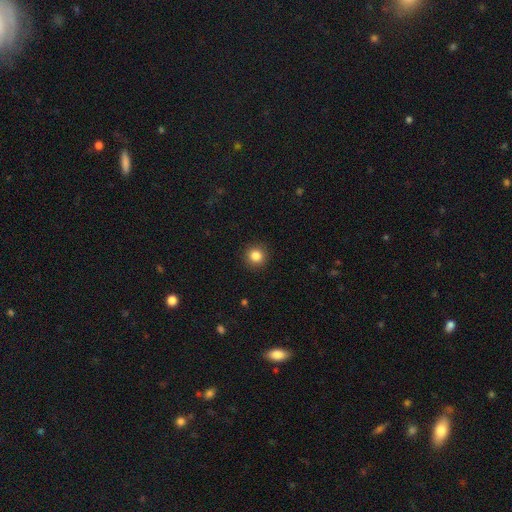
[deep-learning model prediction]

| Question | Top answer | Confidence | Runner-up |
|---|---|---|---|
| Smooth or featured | smooth | 85% | star or artifact (11%) |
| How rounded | round | 93% | in between (6%) |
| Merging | none | 92% | minor disturbance (5%) |